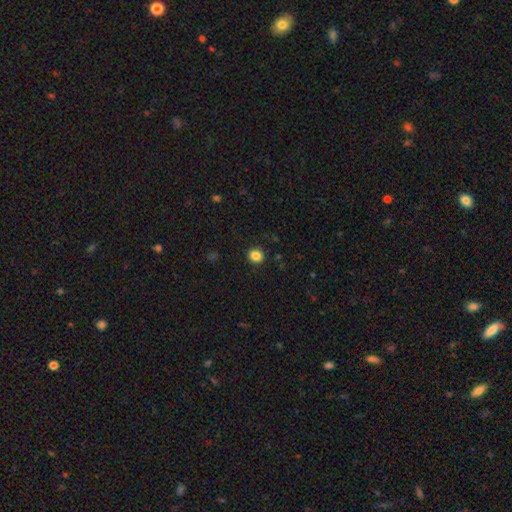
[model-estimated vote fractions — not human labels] smooth-or-featured: smooth: 86% | star or artifact: 11% | featured or disk: 4%
  how-rounded: round: 80% | in between: 20% | cigar-shaped: 1%
  merging: none: 91% | minor disturbance: 6% | major disturbance: 2% | merger: 1%